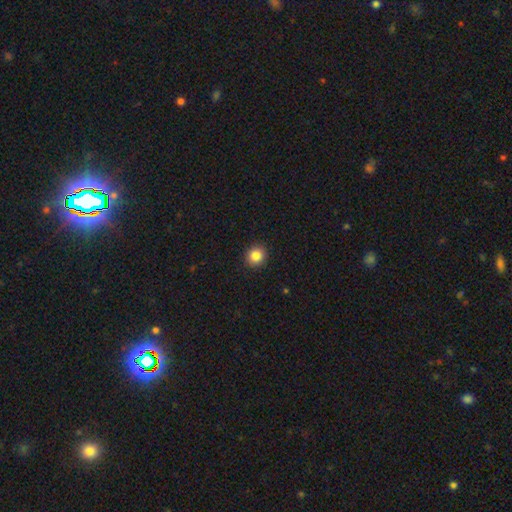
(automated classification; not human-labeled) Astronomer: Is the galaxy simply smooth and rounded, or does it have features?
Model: smooth — 86%.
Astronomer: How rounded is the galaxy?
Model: round — 83%.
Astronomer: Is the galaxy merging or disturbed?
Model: none — 92%.